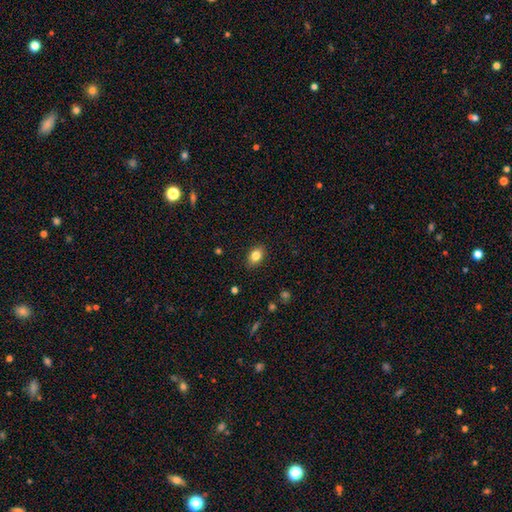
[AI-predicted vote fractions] Overall: smooth (83%). How rounded: in between (79%). Merging: none (87%).